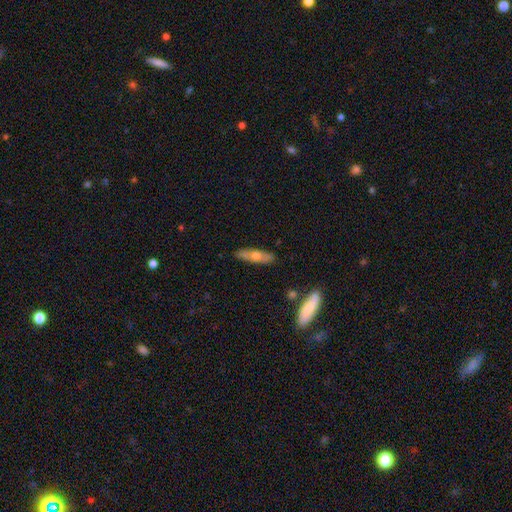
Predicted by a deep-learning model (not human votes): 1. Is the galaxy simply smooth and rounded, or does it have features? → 51% smooth, 42% featured or disk, 7% star or artifact.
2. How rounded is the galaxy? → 67% cigar-shaped, 31% in between, 3% round.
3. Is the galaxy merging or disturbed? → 84% none, 12% minor disturbance, 2% merger, 2% major disturbance.